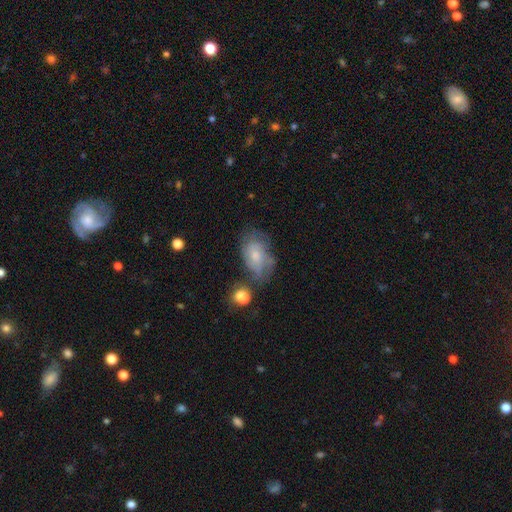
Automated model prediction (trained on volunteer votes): Morphology: type=featured or disk (51%); edge-on=no (96%); merging=none (45%).